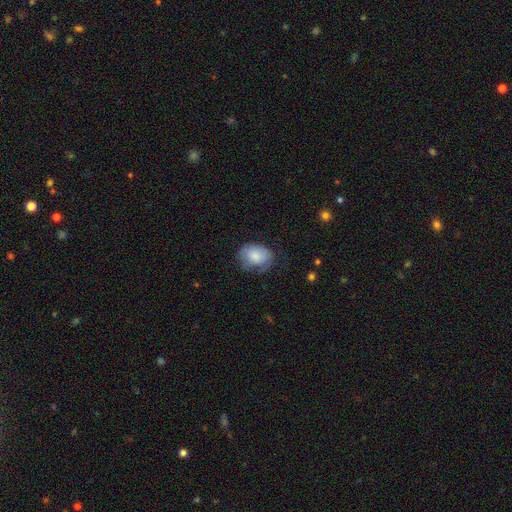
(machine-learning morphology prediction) This is likely a smooth galaxy (76%). How rounded: likely in between (63%). Merging: possibly none (50%).